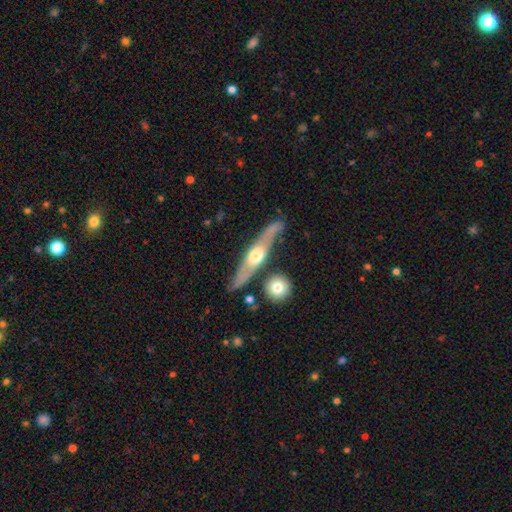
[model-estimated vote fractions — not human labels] Smooth or featured? Predicted: featured or disk (p=0.70). Edge-on disk? Predicted: yes (p=0.85). Edge-on bulge? Predicted: rounded (p=0.91). Merging? Predicted: none (p=0.73).